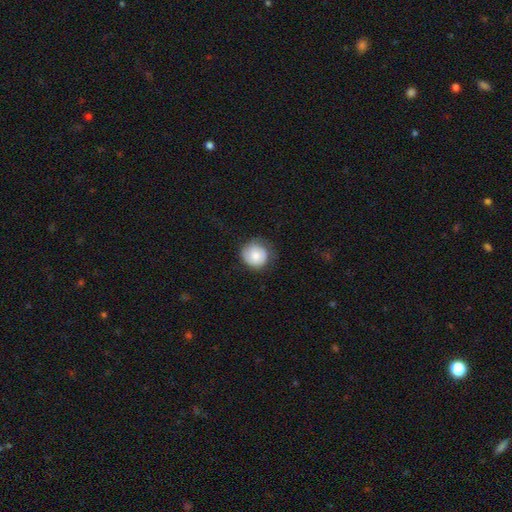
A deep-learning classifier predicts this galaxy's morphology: Overall: smooth (71%). How rounded: round (89%). Merging: none (71%).